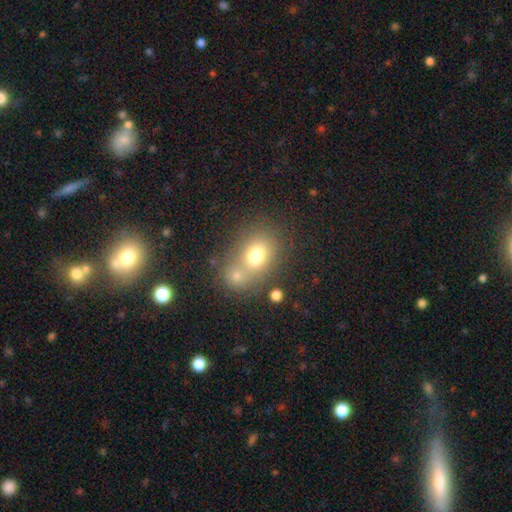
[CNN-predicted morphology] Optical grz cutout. It shows a smooth galaxy with no disk features (73%) that is in between round and cigar-shaped (54%). Merging: none (43%).